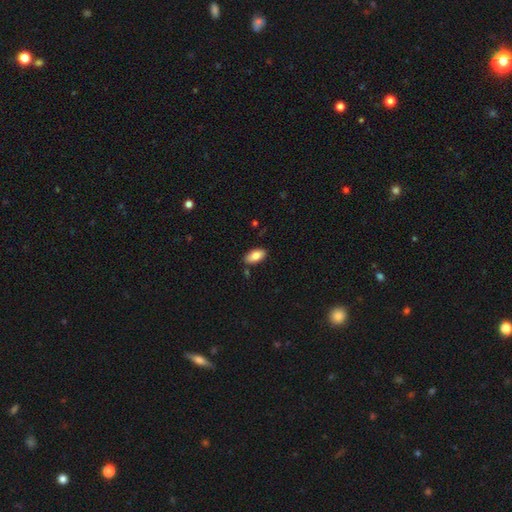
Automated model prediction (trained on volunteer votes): smooth 82%, featured or disk 11%, star or artifact 7%. Down the decision tree: how rounded — in between (94%); merging — none (85%).